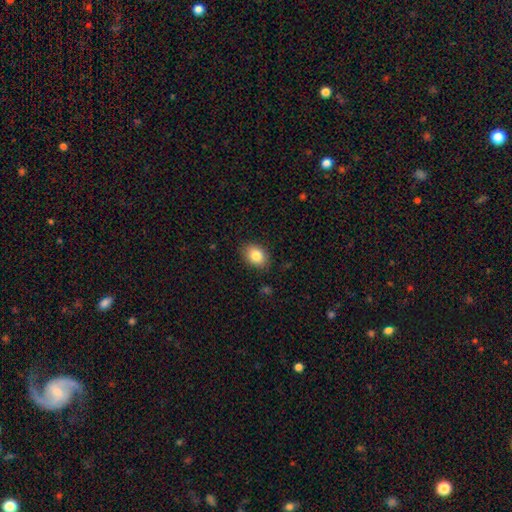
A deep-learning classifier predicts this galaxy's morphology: A smooth galaxy with no disk features (83%) that is in between round and cigar-shaped (72%).

Vote fractions:
- Smooth or featured? smooth: 83% / featured or disk: 8% / star or artifact: 8%
- How rounded? in between: 72% / round: 27% / cigar-shaped: 1%
- Merging? none: 85% / minor disturbance: 11% / major disturbance: 2% / merger: 1%